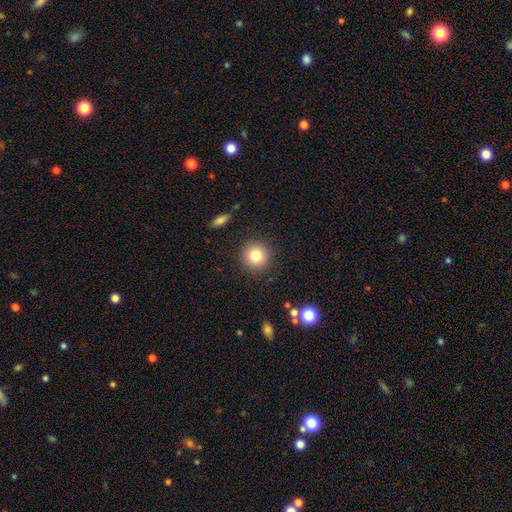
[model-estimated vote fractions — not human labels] This is clearly a smooth galaxy (81%). How rounded: clearly round (94%). Merging: clearly none (90%).